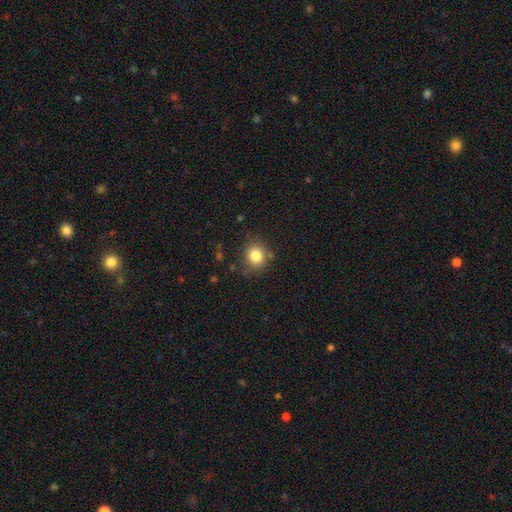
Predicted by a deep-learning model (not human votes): Smooth or featured? Predicted: smooth (p=0.82). How rounded? Predicted: round (p=0.83). Merging? Predicted: none (p=0.82).